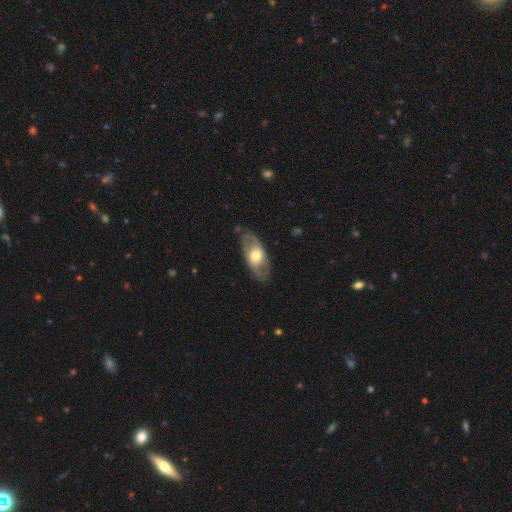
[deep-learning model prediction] A featured or disk galaxy (56%).

Vote fractions:
- Smooth or featured? featured or disk: 56% / smooth: 39% / star or artifact: 5%
- Edge-on disk? no: 81% / yes: 19%
- Merging? none: 81% / minor disturbance: 13% / major disturbance: 5% / merger: 1%